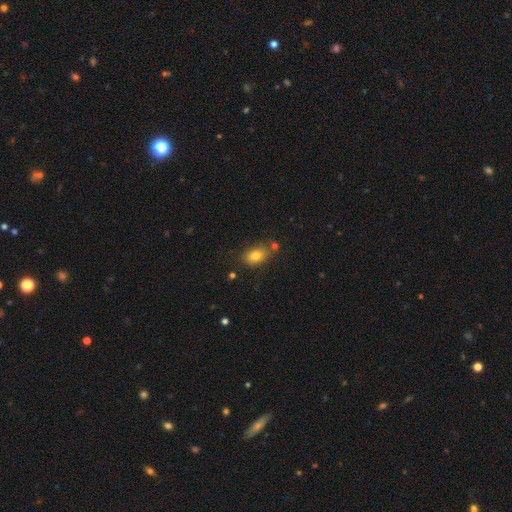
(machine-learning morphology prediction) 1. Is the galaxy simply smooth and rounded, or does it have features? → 79% smooth, 11% star or artifact, 10% featured or disk.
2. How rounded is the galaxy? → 80% in between, 18% round, 2% cigar-shaped.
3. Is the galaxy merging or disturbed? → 73% none, 15% minor disturbance, 8% merger, 4% major disturbance.